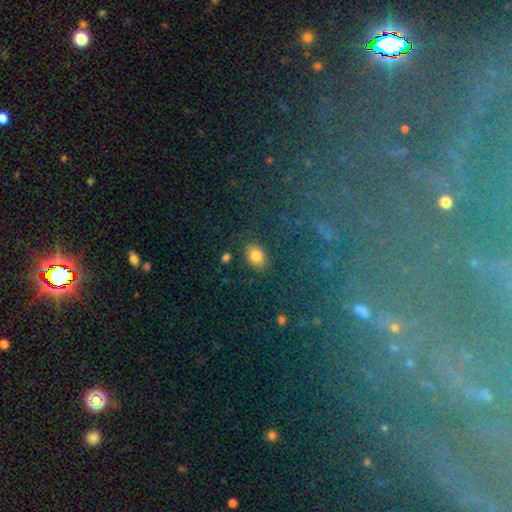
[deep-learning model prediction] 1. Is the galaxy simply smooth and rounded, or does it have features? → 80% smooth, 11% star or artifact, 8% featured or disk.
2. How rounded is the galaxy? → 77% in between, 22% round, 1% cigar-shaped.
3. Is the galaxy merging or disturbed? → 85% none, 10% minor disturbance, 3% major disturbance, 2% merger.